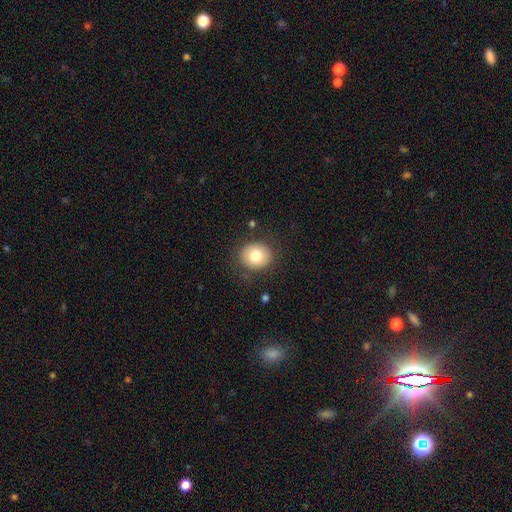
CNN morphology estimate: A smooth galaxy with no disk features (79%) that is round (74%).

Vote fractions:
- Smooth or featured? smooth: 79% / featured or disk: 12% / star or artifact: 9%
- How rounded? round: 74% / in between: 25% / cigar-shaped: 1%
- Merging? none: 84% / minor disturbance: 11% / major disturbance: 4% / merger: 1%